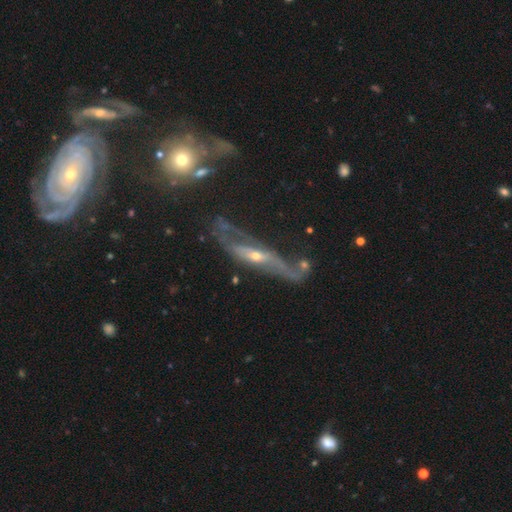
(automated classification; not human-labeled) A featured or disk galaxy (79%) with no bar (46%), spiral arms (76%) and a small central bulge (57%).

Vote fractions:
- Smooth or featured? featured or disk: 79% / smooth: 13% / star or artifact: 8%
- Edge-on disk? no: 63% / yes: 37%
- Bar? no: 46% / weak: 32% / strong: 21%
- Spiral arms? yes: 76% / no: 24%
- Bulge size? small: 57% / moderate: 38% / large: 2% / none: 2% / dominant: 1%
- Merging? none: 44% / major disturbance: 24% / minor disturbance: 22% / merger: 9%